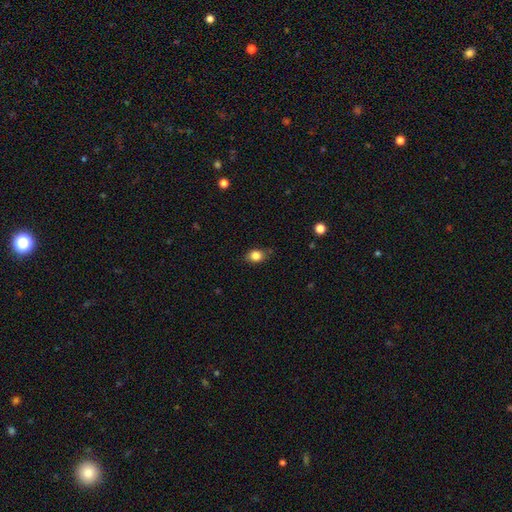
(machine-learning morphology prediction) Smooth or featured? Predicted: smooth (p=0.84). How rounded? Predicted: in between (p=0.56). Merging? Predicted: none (p=0.75).